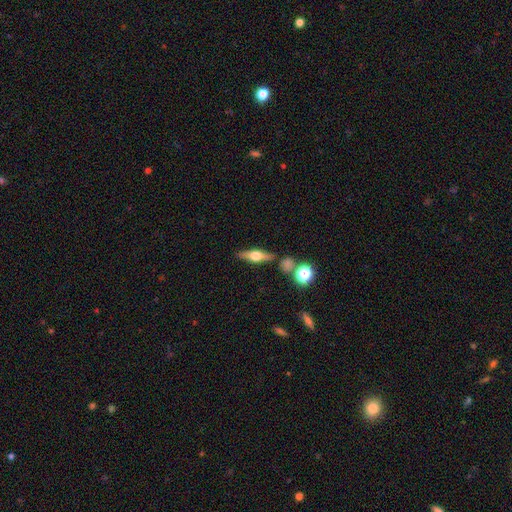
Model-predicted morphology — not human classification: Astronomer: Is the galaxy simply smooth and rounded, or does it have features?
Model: featured or disk — 61%.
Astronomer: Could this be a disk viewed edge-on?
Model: yes — 94%.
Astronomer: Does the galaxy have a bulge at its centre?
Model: rounded — 94%.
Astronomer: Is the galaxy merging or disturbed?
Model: none — 81%.